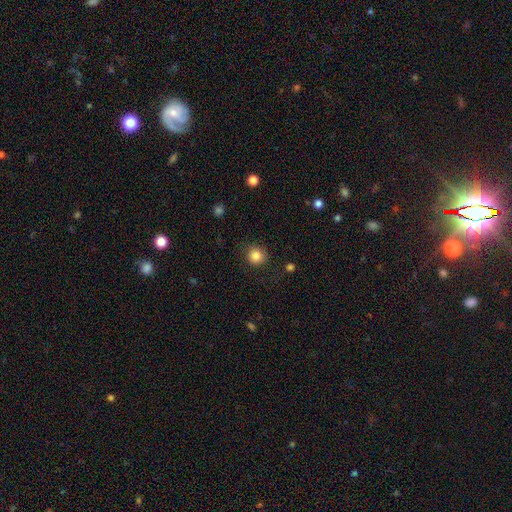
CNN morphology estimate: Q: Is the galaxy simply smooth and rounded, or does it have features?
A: smooth — 85%.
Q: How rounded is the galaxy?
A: round — 90%.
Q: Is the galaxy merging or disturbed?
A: none — 84%.